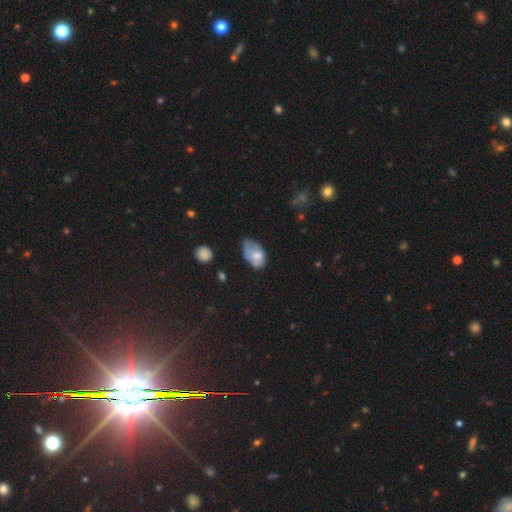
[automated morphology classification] This is likely a smooth galaxy (71%). How rounded: clearly in between (89%). Merging: possibly minor disturbance (47%).